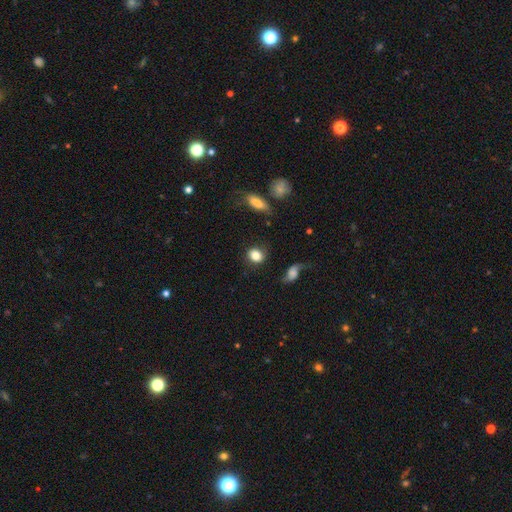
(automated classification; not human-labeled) A smooth galaxy with no disk features (83%) that is round (64%).

Vote fractions:
- Smooth or featured? smooth: 83% / featured or disk: 9% / star or artifact: 8%
- How rounded? round: 64% / in between: 34% / cigar-shaped: 2%
- Merging? none: 76% / minor disturbance: 15% / major disturbance: 6% / merger: 3%